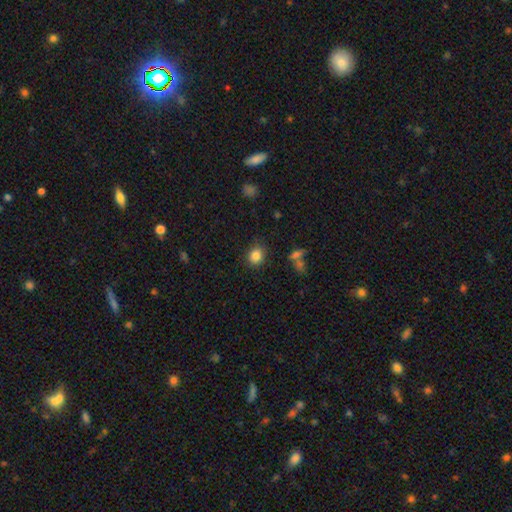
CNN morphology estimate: smooth 84%, star or artifact 10%, featured or disk 5%. Down the decision tree: how rounded — round (68%); merging — none (84%).